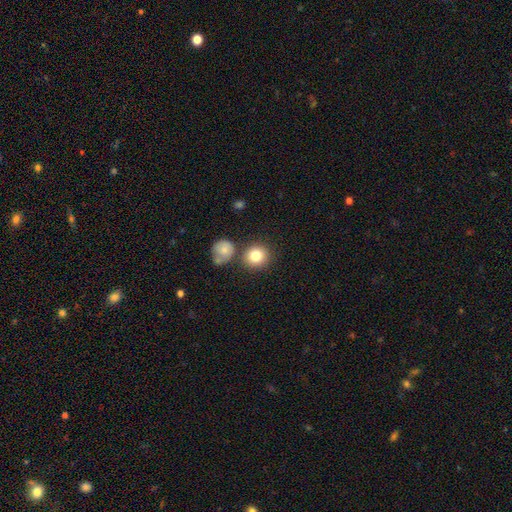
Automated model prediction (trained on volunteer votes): This appears to be a smooth galaxy with no disk features (82%) that is round (87%). Merging: none (73%).